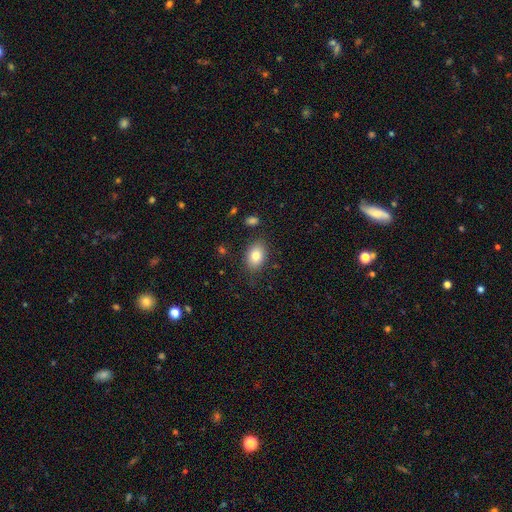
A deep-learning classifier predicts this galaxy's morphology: smooth-or-featured: smooth: 82% | featured or disk: 10% | star or artifact: 8%
  how-rounded: in between: 83% | round: 16% | cigar-shaped: 1%
  merging: none: 82% | minor disturbance: 12% | major disturbance: 3% | merger: 2%